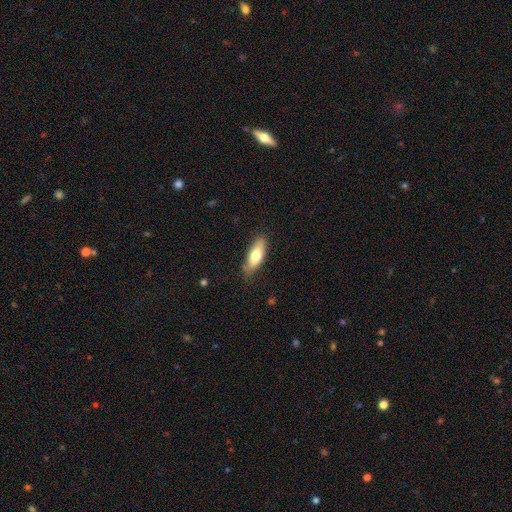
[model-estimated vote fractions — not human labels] A smooth galaxy with no disk features (70%) that is in between round and cigar-shaped (64%). Merging: none (81%).